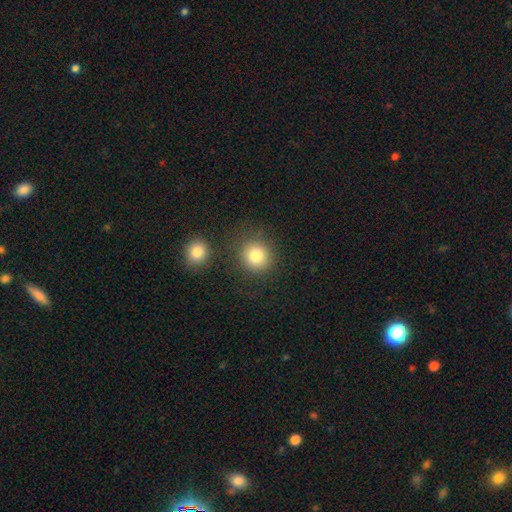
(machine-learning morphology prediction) smooth_or_featured: smooth (p=0.82) [alt: star or artifact p=0.11]
how_rounded: round (p=0.87) [alt: in between p=0.12]
merging: none (p=0.80) [alt: minor disturbance p=0.09]